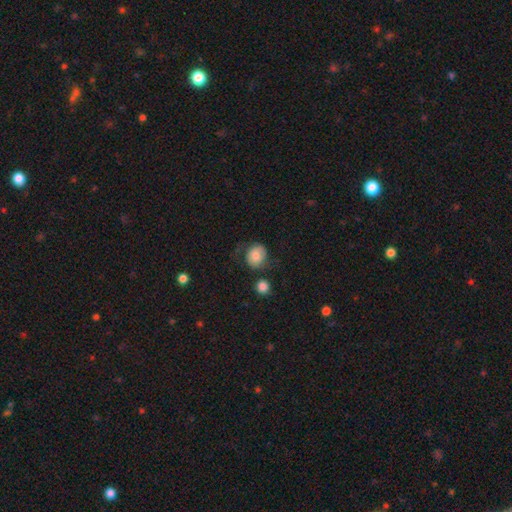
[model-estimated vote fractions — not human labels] Smooth or featured? smooth (73%)
How rounded? round (72%)
Merging? none (54%)